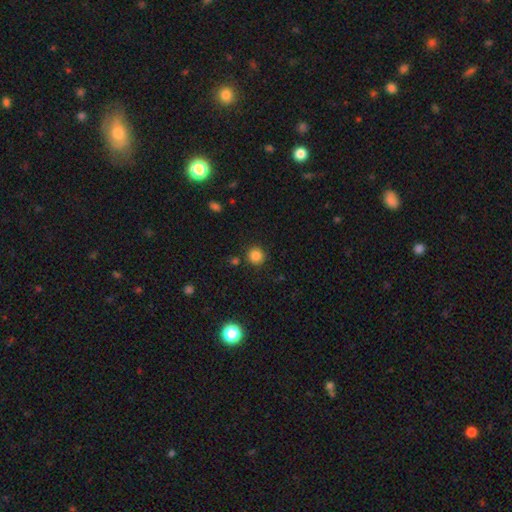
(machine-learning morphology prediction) A smooth galaxy with no disk features (84%) that is round (93%).

Vote fractions:
- Smooth or featured? smooth: 84% / star or artifact: 12% / featured or disk: 4%
- How rounded? round: 93% / in between: 7% / cigar-shaped: 1%
- Merging? none: 87% / minor disturbance: 7% / merger: 3% / major disturbance: 2%